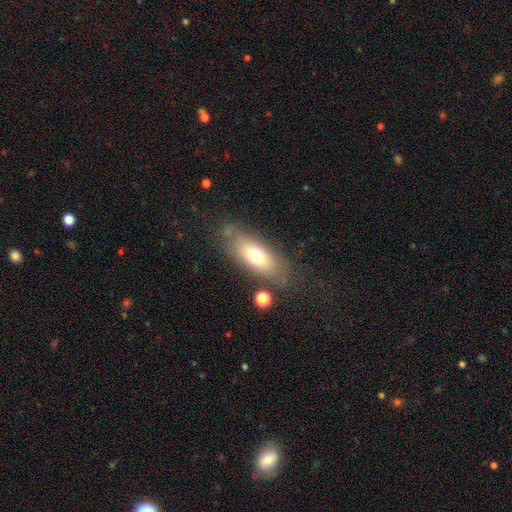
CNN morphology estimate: Smooth or featured?
  - smooth: 68% *
  - featured or disk: 24%
  - star or artifact: 8%
How rounded?
  - in between: 76% *
  - cigar-shaped: 21%
  - round: 4%
Merging?
  - none: 72% *
  - minor disturbance: 17%
  - major disturbance: 7%
  - merger: 5%